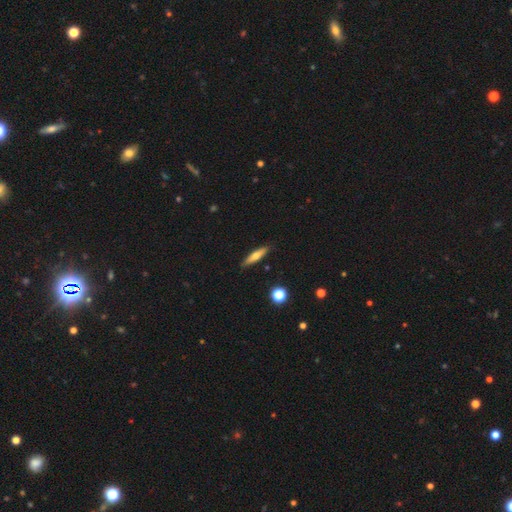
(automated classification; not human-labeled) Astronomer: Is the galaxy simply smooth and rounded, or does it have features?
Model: smooth — 56% (runner-up: featured or disk, 38%).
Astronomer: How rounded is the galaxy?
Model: cigar-shaped — 80%.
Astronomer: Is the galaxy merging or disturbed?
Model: none — 88%.